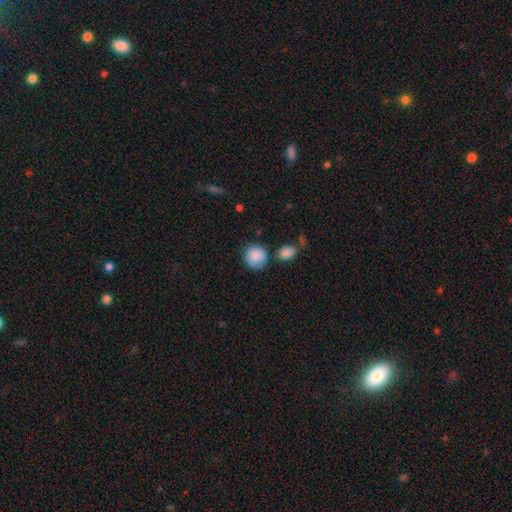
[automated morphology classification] Smooth or featured?
  - smooth: 87% *
  - star or artifact: 7%
  - featured or disk: 6%
How rounded?
  - round: 86% *
  - in between: 13%
  - cigar-shaped: 1%
Merging?
  - none: 71% *
  - minor disturbance: 16%
  - merger: 8%
  - major disturbance: 4%